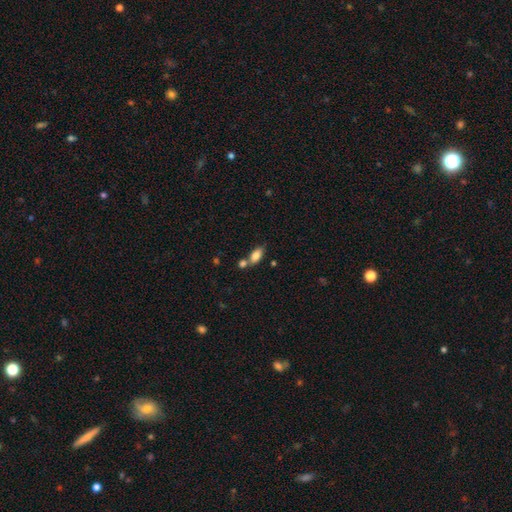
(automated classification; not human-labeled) This appears to be a smooth galaxy with no disk features (81%) that is in between round and cigar-shaped (87%). Merging: none (55%).